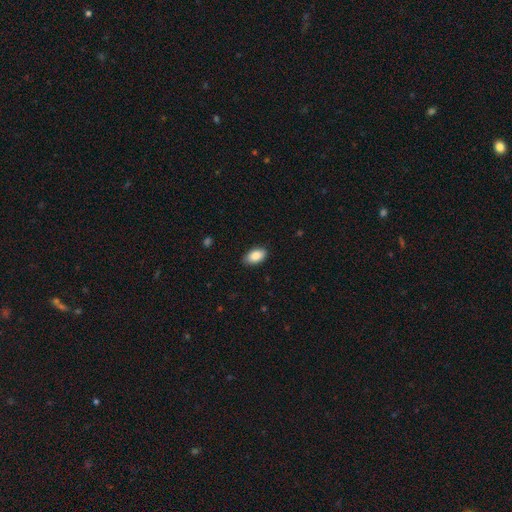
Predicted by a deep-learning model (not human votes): smooth-or-featured: smooth: 87% | star or artifact: 7% | featured or disk: 6%
  how-rounded: in between: 94% | round: 4% | cigar-shaped: 2%
  merging: none: 87% | minor disturbance: 10% | major disturbance: 2% | merger: 1%